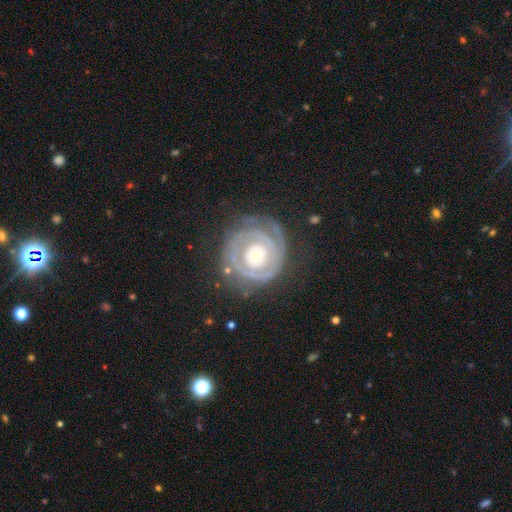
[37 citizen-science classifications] smooth-or-featured: featured or disk: 89% | smooth: 5% | star or artifact: 5%
  disk-edge-on: no: 97% | yes: 3%
    bar: no: 78% | strong: 16% | weak: 6%
    has-spiral-arms: yes: 75% | no: 25%
      spiral-winding: tight: 75% | medium: 12% | loose: 12%
      spiral-arm-count: 1: 25% (tied) | can't tell: 25% (tied) | 2: 21% | 3: 21% | 4: 8% | more than 4: 0%
    bulge-size: small: 69% | moderate: 28% | large: 3% | dominant: 0% | none: 0%
  merging: none: 66% | minor disturbance: 20% | major disturbance: 14% | merger: 0%